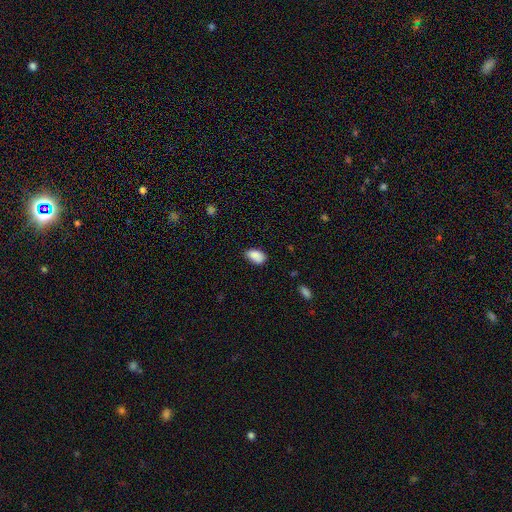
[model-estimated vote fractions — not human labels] smooth_or_featured: smooth (p=0.88) [alt: star or artifact p=0.08]
how_rounded: in between (p=0.93) [alt: round p=0.05]
merging: none (p=0.72) [alt: minor disturbance p=0.23]